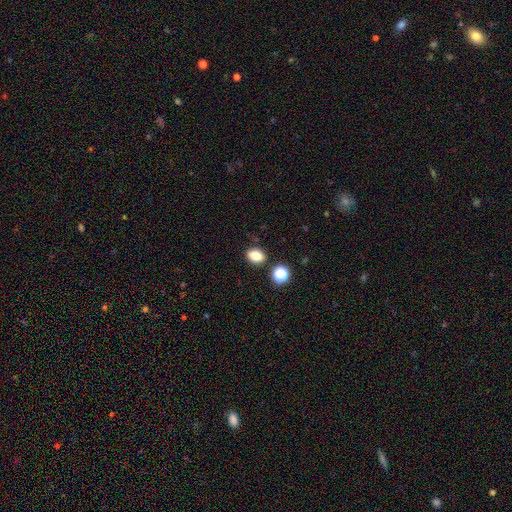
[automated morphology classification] A smooth galaxy with no disk features (81%) that is in between round and cigar-shaped (67%). Merging: none (83%).